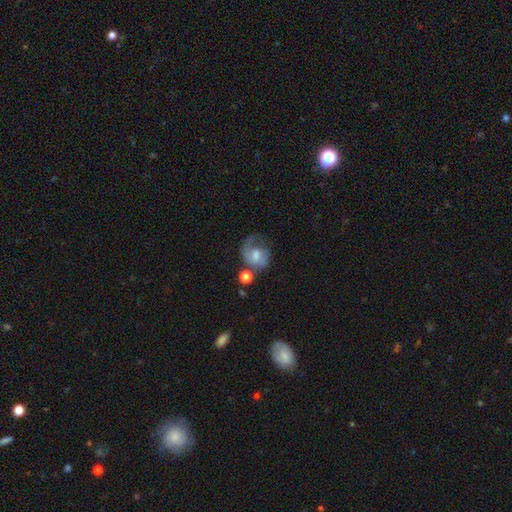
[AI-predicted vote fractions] featured or disk 54%, smooth 38%, star or artifact 8%. Down the decision tree: edge-on disk — no (97%); bar — no (49%); spiral arms — yes (77%); bulge size — moderate (47%); merging — none (38%).